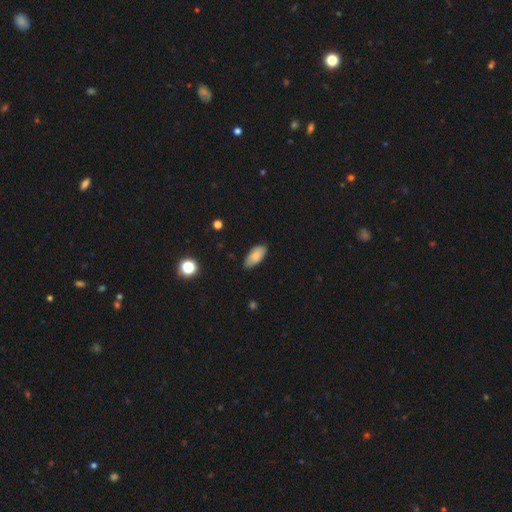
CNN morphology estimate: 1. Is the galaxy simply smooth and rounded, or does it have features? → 80% smooth, 13% featured or disk, 7% star or artifact.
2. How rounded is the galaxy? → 91% in between, 7% cigar-shaped, 2% round.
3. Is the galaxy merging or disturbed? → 82% none, 15% minor disturbance, 2% major disturbance, 1% merger.